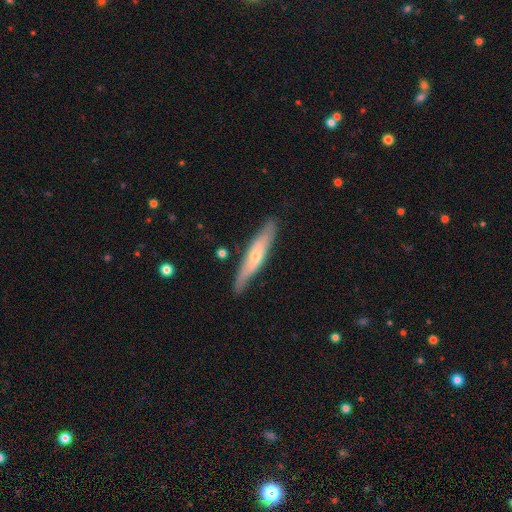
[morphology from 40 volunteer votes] smooth-or-featured: featured or disk: 70% | smooth: 25% | star or artifact: 5%
  disk-edge-on: yes: 89% | no: 11%
    edge-on-bulge: rounded: 72% | none: 16% | boxy: 12%
  merging: none: 79% | minor disturbance: 11% | major disturbance: 8% | merger: 3%